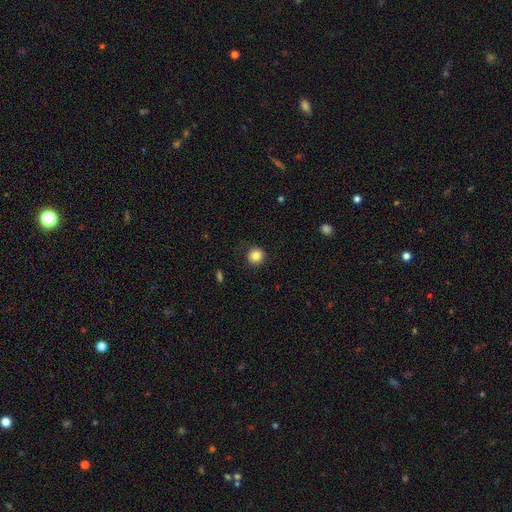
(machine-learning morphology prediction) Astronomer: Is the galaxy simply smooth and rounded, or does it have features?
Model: smooth — 84%.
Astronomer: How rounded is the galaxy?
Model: round — 94%.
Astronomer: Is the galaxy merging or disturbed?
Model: none — 88%.